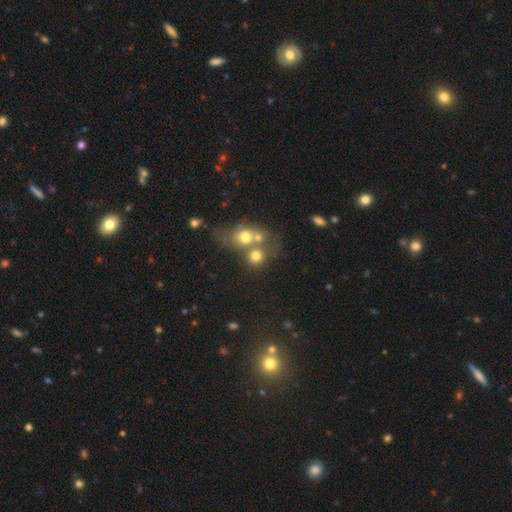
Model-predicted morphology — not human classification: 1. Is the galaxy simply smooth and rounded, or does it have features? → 71% smooth, 15% featured or disk, 13% star or artifact.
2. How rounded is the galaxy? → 74% round, 25% in between, 1% cigar-shaped.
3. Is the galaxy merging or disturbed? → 49% merger, 35% none, 9% minor disturbance, 7% major disturbance.